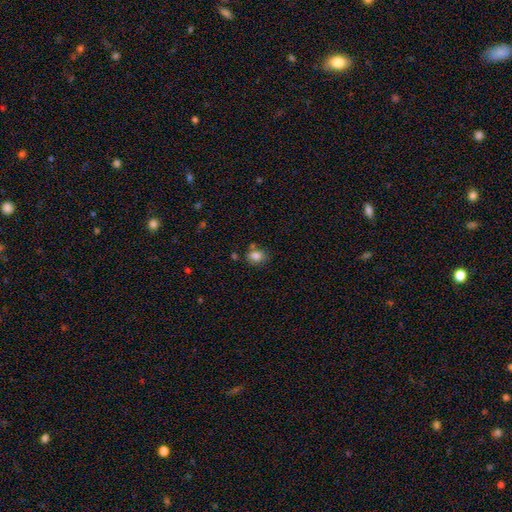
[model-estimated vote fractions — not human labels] This is clearly a smooth galaxy (83%). How rounded: possibly round (54%). Merging: likely none (65%).